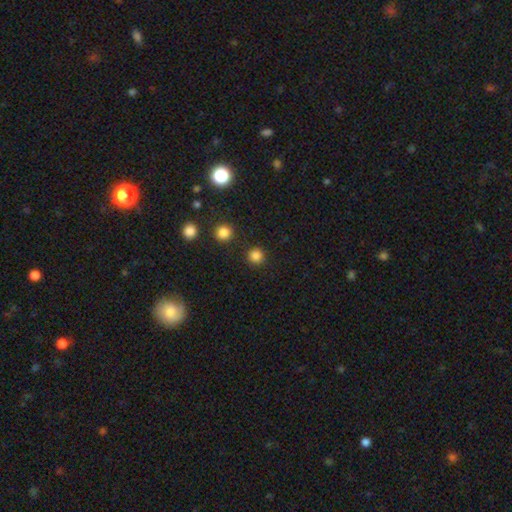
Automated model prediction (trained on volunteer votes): smooth_or_featured: smooth (p=0.84) [alt: star or artifact p=0.13]
how_rounded: round (p=0.95) [alt: in between p=0.04]
merging: none (p=0.90) [alt: minor disturbance p=0.05]